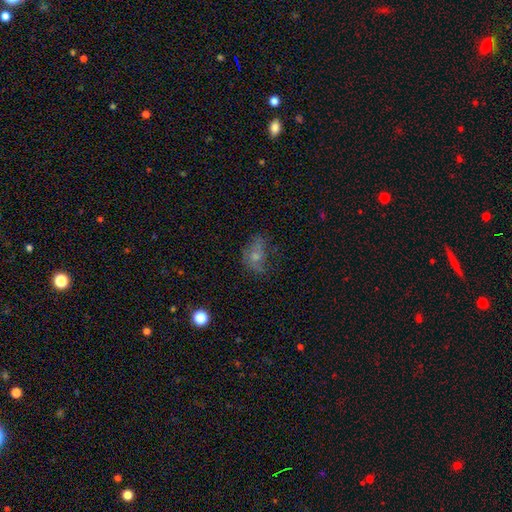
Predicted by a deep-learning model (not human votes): smooth 48%, featured or disk 38%, star or artifact 14%. Down the decision tree: merging — none (43%).